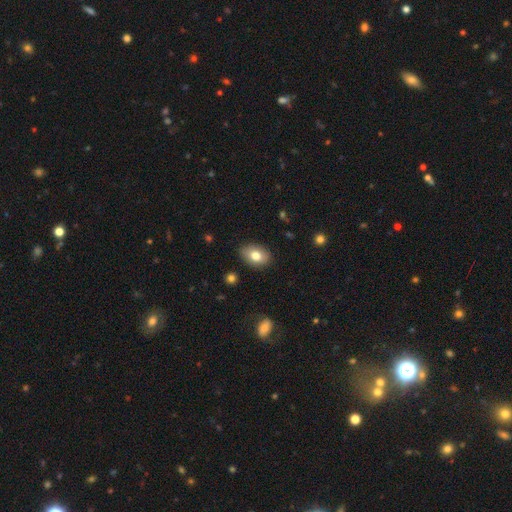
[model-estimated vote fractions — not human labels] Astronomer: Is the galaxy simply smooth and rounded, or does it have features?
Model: smooth — 79%.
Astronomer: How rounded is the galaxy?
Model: in between — 84%.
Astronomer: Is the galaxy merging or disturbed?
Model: none — 85%.